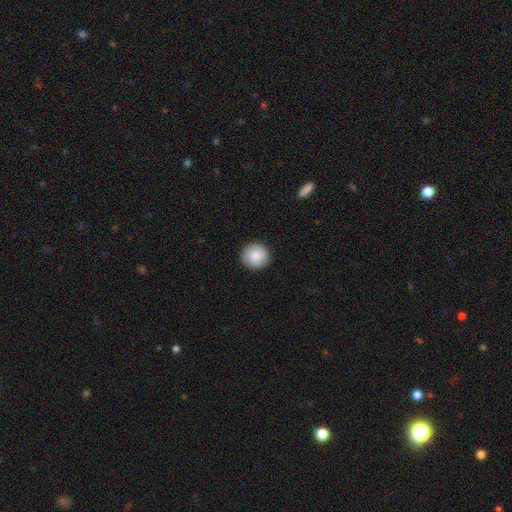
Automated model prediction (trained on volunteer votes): smooth-or-featured: smooth: 86% | featured or disk: 7% | star or artifact: 6%
  how-rounded: round: 95% | in between: 4% | cigar-shaped: 1%
  merging: none: 91% | minor disturbance: 6% | major disturbance: 2% | merger: 1%